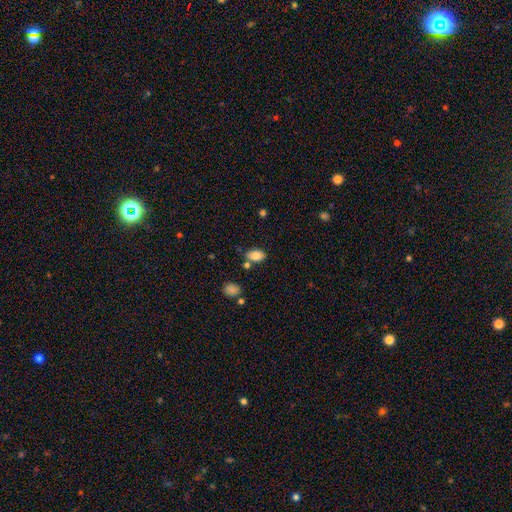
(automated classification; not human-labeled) smooth-or-featured: smooth: 85% | star or artifact: 9% | featured or disk: 6%
  how-rounded: in between: 87% | round: 11% | cigar-shaped: 1%
  merging: none: 67% | minor disturbance: 17% | merger: 11% | major disturbance: 4%